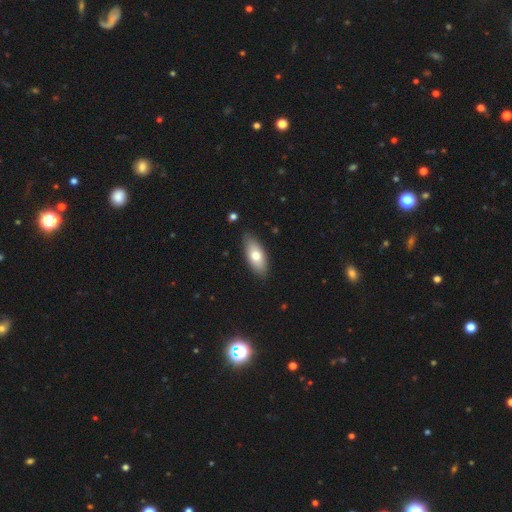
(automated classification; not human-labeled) Smooth or featured?
  - smooth: 72% *
  - featured or disk: 23%
  - star or artifact: 6%
How rounded?
  - in between: 83% *
  - cigar-shaped: 15%
  - round: 2%
Merging?
  - none: 85% *
  - minor disturbance: 12%
  - major disturbance: 2%
  - merger: 1%